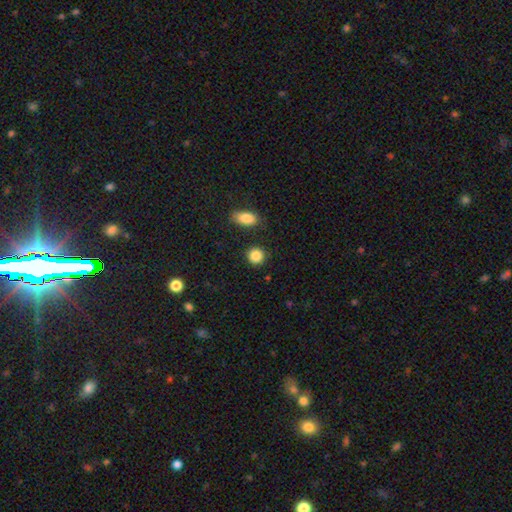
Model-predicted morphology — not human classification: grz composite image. It shows a smooth galaxy with no disk features (88%) that is round (89%). Merging: none (87%).